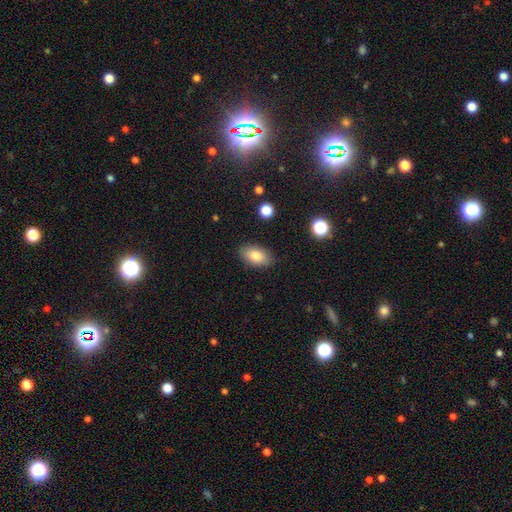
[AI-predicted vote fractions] smooth_or_featured: smooth (p=0.84) [alt: featured or disk p=0.09]
how_rounded: in between (p=0.92) [alt: round p=0.06]
merging: none (p=0.86) [alt: minor disturbance p=0.10]